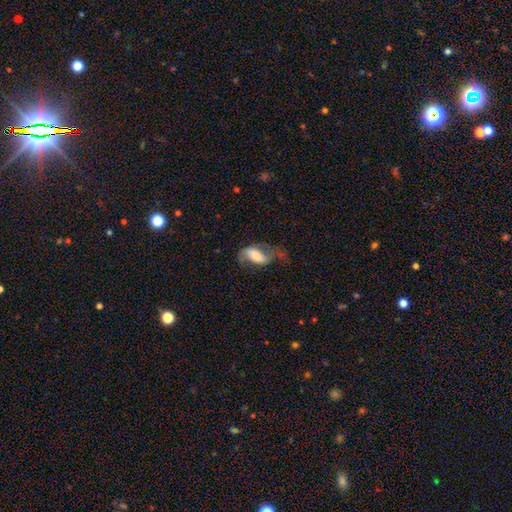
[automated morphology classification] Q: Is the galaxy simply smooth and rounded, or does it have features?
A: featured or disk — 56%.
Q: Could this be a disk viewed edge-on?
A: no — 94%.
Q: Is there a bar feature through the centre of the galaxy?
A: weak — 37%.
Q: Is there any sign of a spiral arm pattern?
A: yes — 83%.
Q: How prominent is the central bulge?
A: large — 32%.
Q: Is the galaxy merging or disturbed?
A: major disturbance — 38%.